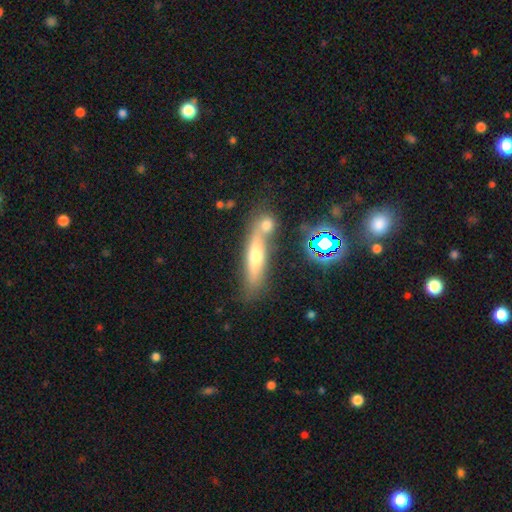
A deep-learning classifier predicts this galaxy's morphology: Smooth or featured? smooth (43%)
Merging? none (56%)